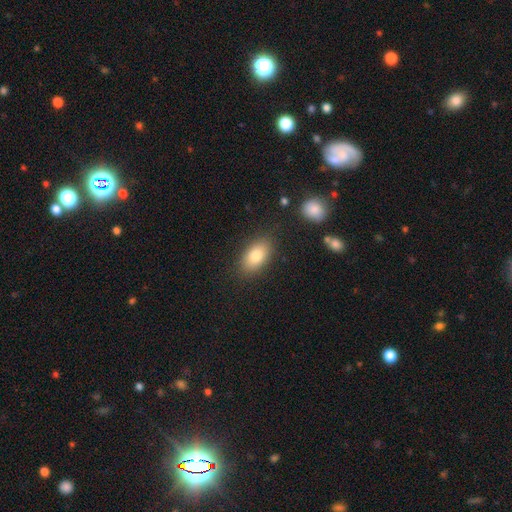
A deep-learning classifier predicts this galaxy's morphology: smooth 82%, featured or disk 11%, star or artifact 8%. Down the decision tree: how rounded — in between (91%); merging — none (84%).